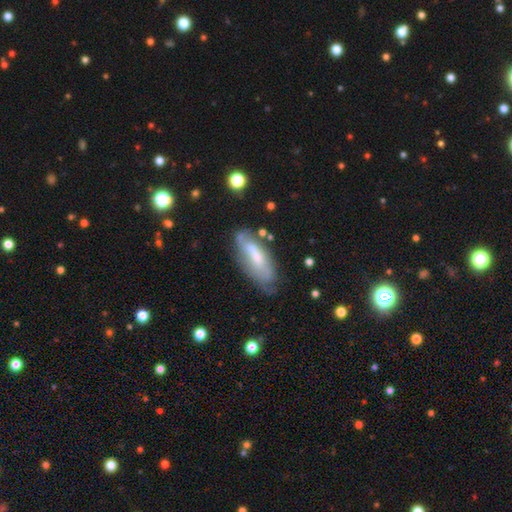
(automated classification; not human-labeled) This appears to be a smooth galaxy with no disk features (49%). Merging: none (56%).